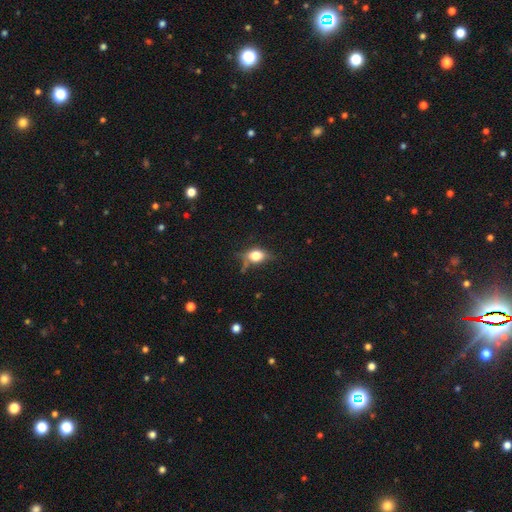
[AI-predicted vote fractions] Smooth or featured? Predicted: smooth (p=0.68). How rounded? Predicted: in between (p=0.68). Merging? Predicted: none (p=0.53).